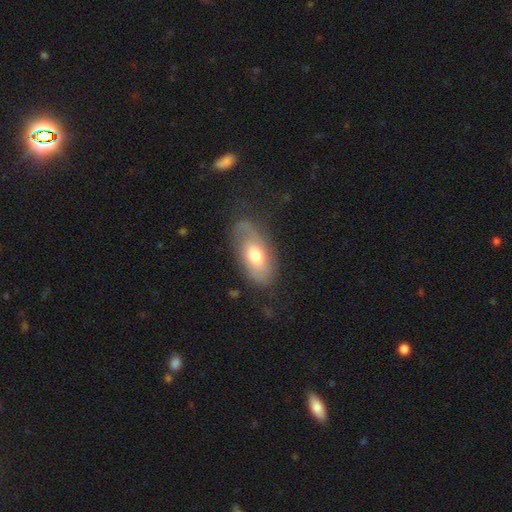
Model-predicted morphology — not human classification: A smooth galaxy with no disk features (55%) that is in between round and cigar-shaped (91%). Merging: none (66%).